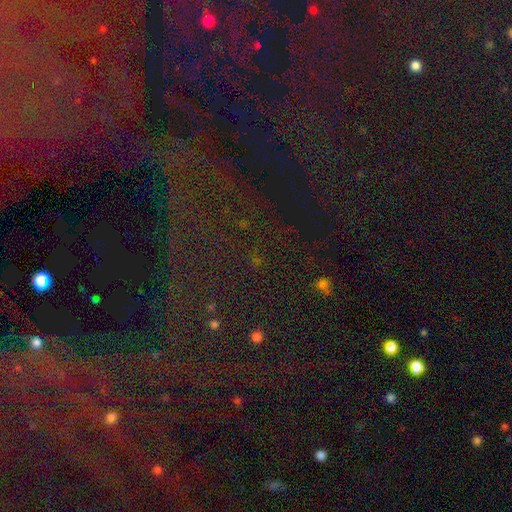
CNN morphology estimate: This is likely a star or artifact rather than a galaxy (80%).